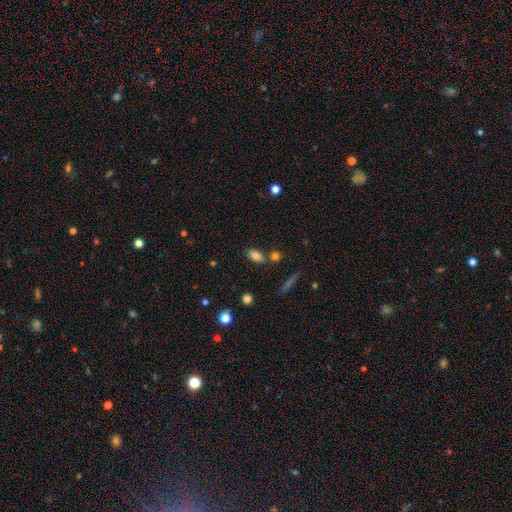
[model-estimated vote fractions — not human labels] Smooth or featured? smooth (83%)
How rounded? in between (87%)
Merging? none (75%)